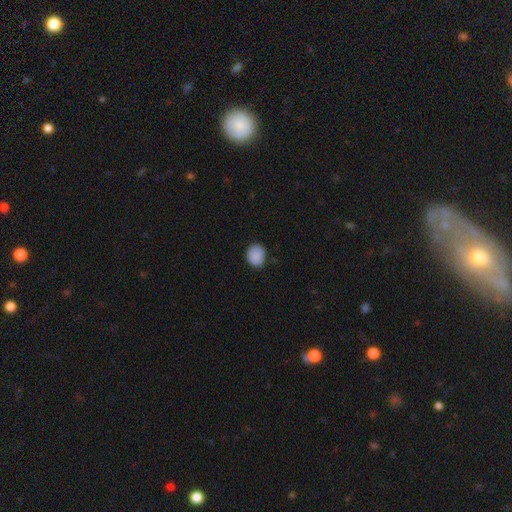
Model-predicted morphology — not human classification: Smooth or featured: smooth — 89% (star or artifact — 8%)
How rounded: round — 66% (in between — 33%)
Merging: none — 85% (minor disturbance — 12%)